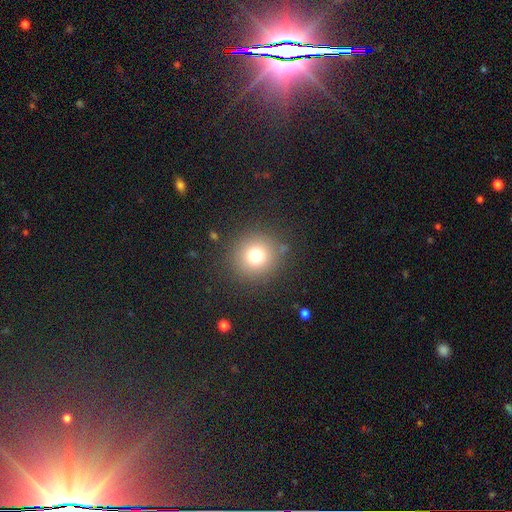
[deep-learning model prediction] Smooth or featured?
  - smooth: 75% *
  - star or artifact: 15%
  - featured or disk: 10%
How rounded?
  - round: 94% *
  - in between: 5%
  - cigar-shaped: 1%
Merging?
  - none: 87% *
  - minor disturbance: 7%
  - major disturbance: 4%
  - merger: 2%